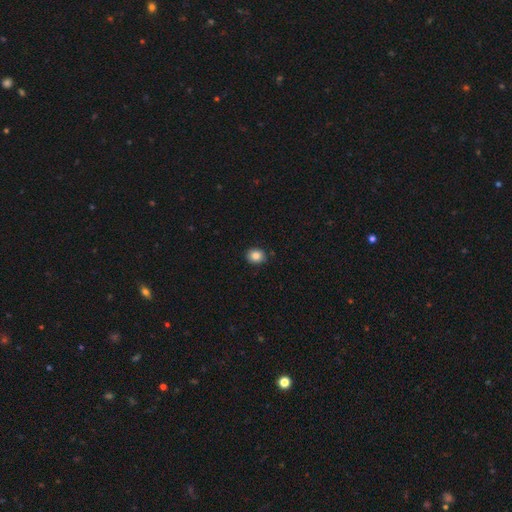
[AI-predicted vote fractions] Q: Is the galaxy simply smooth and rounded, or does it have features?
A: smooth — 86%.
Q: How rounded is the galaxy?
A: round — 64%.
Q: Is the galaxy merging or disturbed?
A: none — 88%.